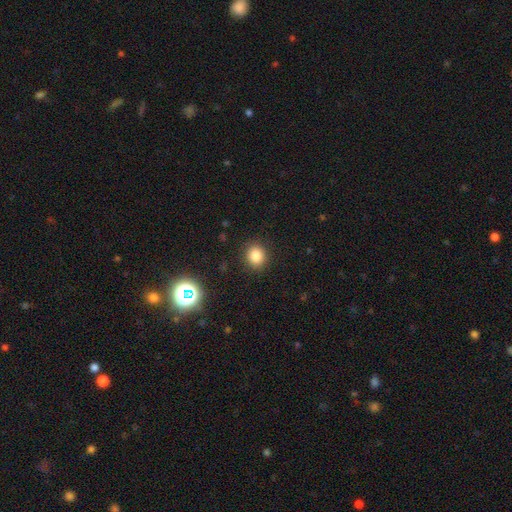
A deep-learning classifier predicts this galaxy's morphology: smooth_or_featured: smooth (p=0.83) [alt: star or artifact p=0.12]
how_rounded: round (p=0.79) [alt: in between p=0.20]
merging: none (p=0.89) [alt: minor disturbance p=0.07]